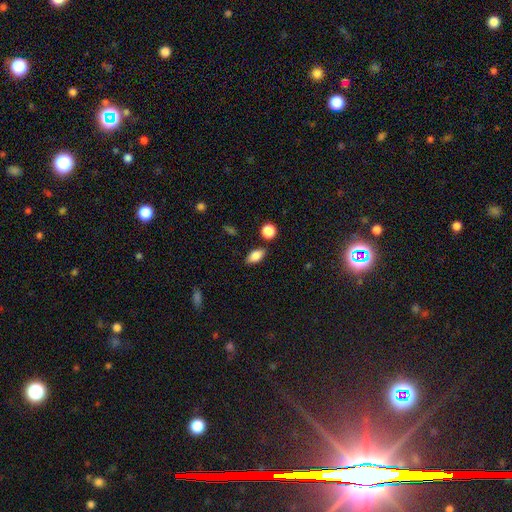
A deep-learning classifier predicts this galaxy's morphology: Q: Smooth or featured?
A: smooth (84%); runner-up: star or artifact (8%)
Q: How rounded?
A: in between (88%); runner-up: round (7%)
Q: Merging?
A: none (83%); runner-up: minor disturbance (10%)